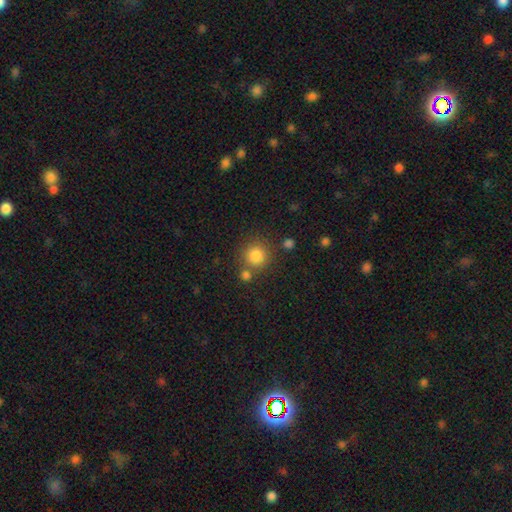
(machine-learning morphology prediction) smooth 83%, star or artifact 11%, featured or disk 5%. Down the decision tree: how rounded — round (93%); merging — none (75%).